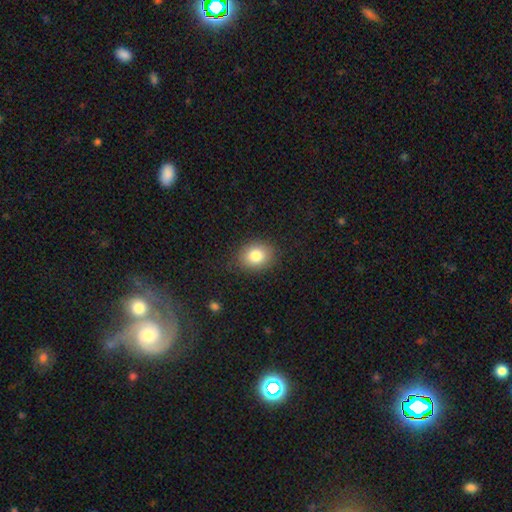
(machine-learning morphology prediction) Q: Smooth or featured?
A: smooth (82%); runner-up: star or artifact (9%)
Q: How rounded?
A: round (50%); runner-up: in between (49%)
Q: Merging?
A: none (87%); runner-up: minor disturbance (10%)